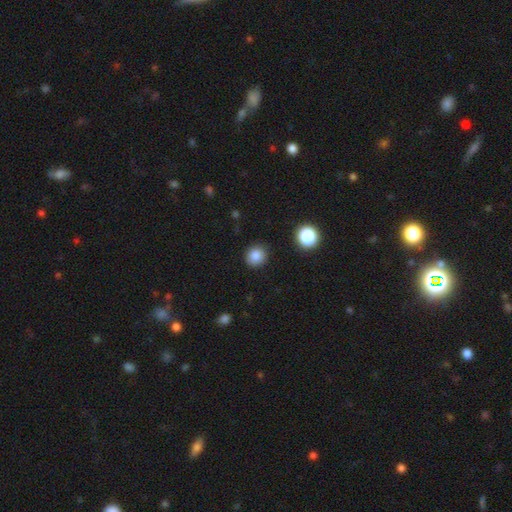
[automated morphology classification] smooth_or_featured: smooth (p=0.84) [alt: star or artifact p=0.11]
how_rounded: round (p=0.87) [alt: in between p=0.12]
merging: none (p=0.89) [alt: minor disturbance p=0.07]